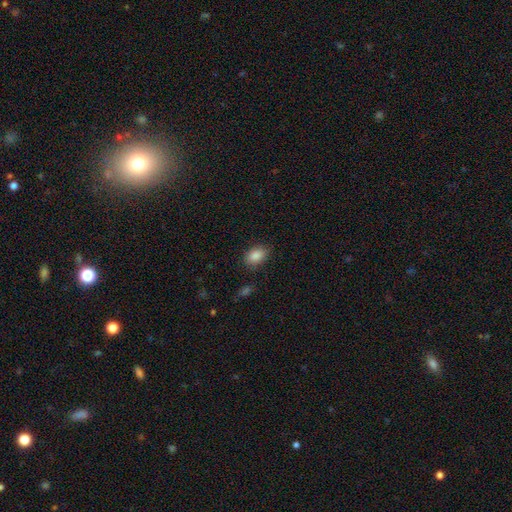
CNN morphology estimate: This appears to be a smooth galaxy with no disk features (87%) that is in between round and cigar-shaped (86%). Merging: none (83%).